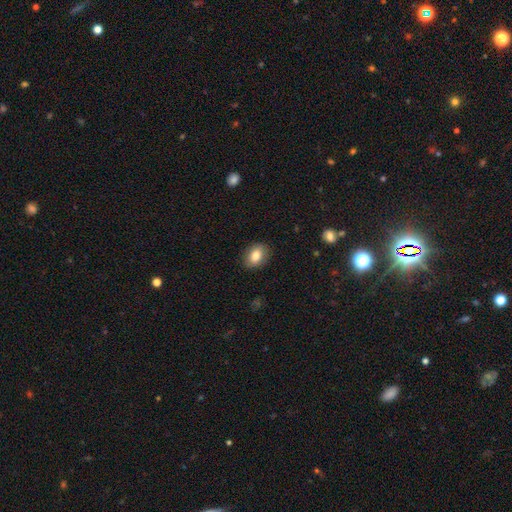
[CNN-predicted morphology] This is clearly a smooth galaxy (83%). How rounded: likely in between (73%). Merging: clearly none (86%).